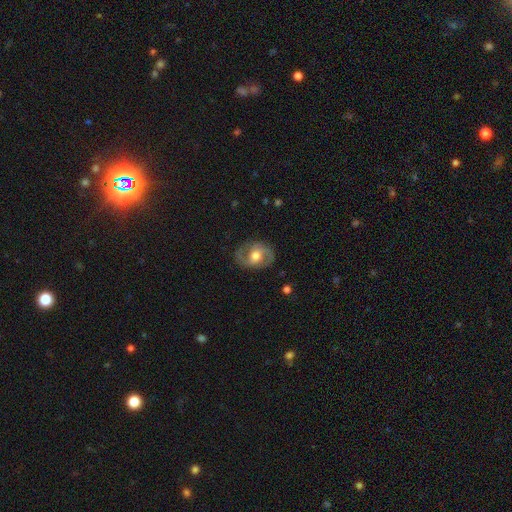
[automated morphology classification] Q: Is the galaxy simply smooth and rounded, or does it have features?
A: featured or disk — 77%.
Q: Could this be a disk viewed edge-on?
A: no — 97%.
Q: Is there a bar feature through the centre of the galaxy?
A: no — 47%.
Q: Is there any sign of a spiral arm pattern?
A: yes — 89%.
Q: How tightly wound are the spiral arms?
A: medium — 54%.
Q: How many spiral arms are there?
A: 2 — 89%.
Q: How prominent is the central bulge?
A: moderate — 68%.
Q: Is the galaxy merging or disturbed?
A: none — 80%.